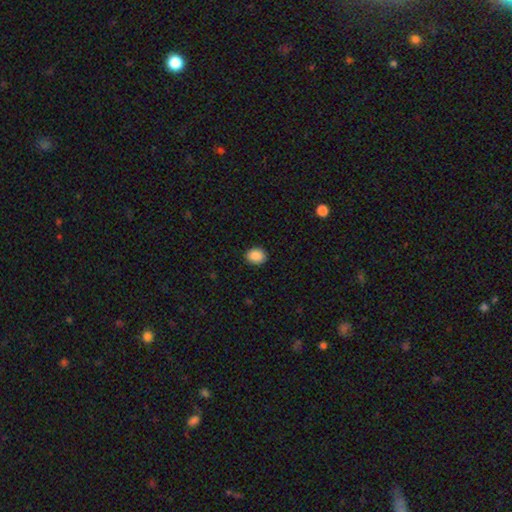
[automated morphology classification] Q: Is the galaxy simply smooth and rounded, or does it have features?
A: smooth — 89%.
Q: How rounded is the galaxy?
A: in between — 52%.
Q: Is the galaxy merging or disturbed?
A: none — 90%.